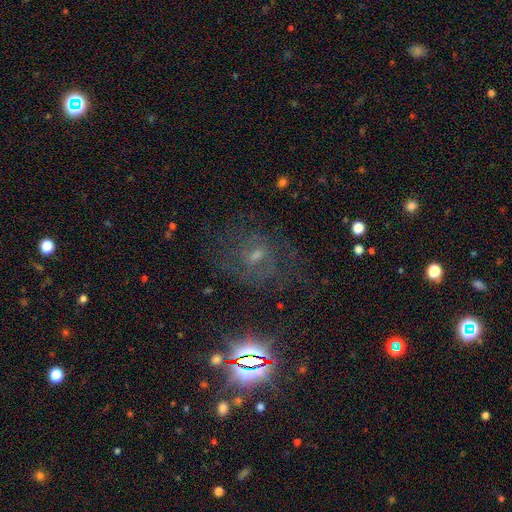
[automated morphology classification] The model was most divided on "bulge size": small: 44%, moderate: 40%, none: 11%, large: 4%, dominant: 1%. Remaining: edge-on disk — no (95%); spiral arms — yes (78%); merging — none (63%); smooth or featured — featured or disk (54%); bar — weak (46%).